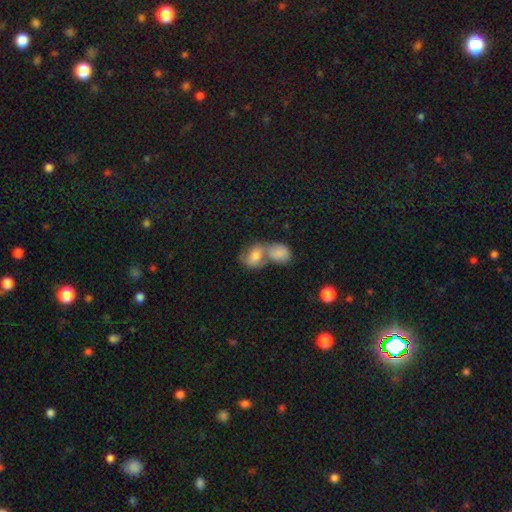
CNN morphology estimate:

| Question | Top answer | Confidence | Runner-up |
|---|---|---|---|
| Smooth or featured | smooth | 56% | featured or disk (26%) |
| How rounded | in between | 54% | round (43%) |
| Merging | merger | 62% | none (26%) |